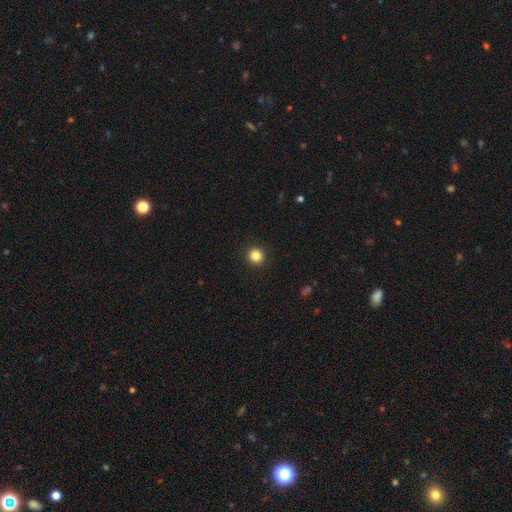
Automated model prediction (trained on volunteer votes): Smooth or featured: smooth — 84% (star or artifact — 11%)
How rounded: round — 94% (in between — 5%)
Merging: none — 93% (minor disturbance — 5%)